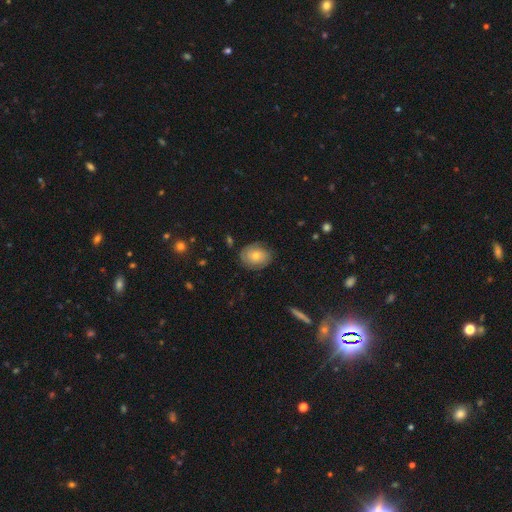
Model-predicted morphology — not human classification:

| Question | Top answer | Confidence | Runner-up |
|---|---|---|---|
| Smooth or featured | smooth | 55% | featured or disk (37%) |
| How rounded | in between | 53% | round (46%) |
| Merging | none | 77% | minor disturbance (17%) |